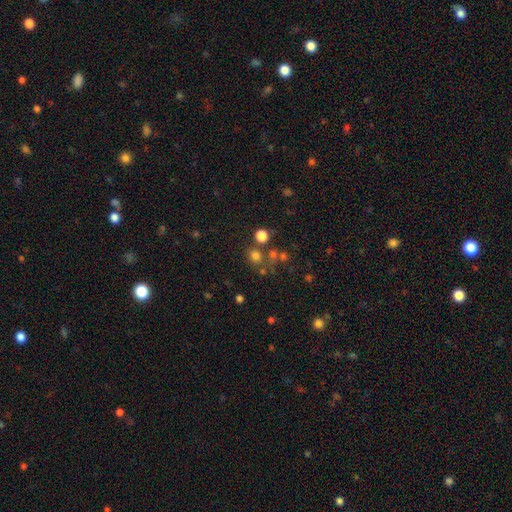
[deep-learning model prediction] A smooth galaxy with no disk features (70%) that is round (83%). Merging: none (68%).